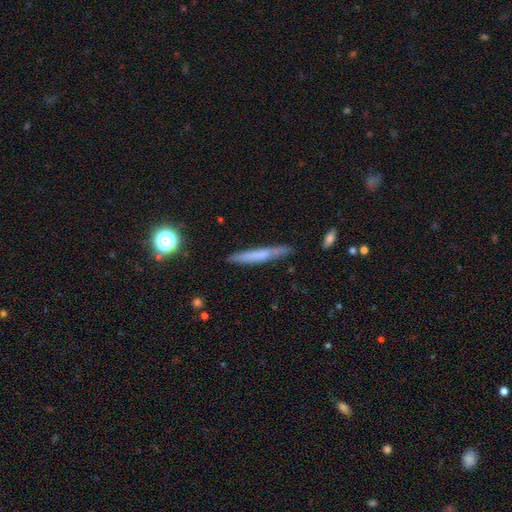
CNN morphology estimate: The model was most divided on "smooth or featured": smooth: 56%, featured or disk: 36%, star or artifact: 8%. More confident: how rounded — cigar-shaped (94%); merging — none (83%).